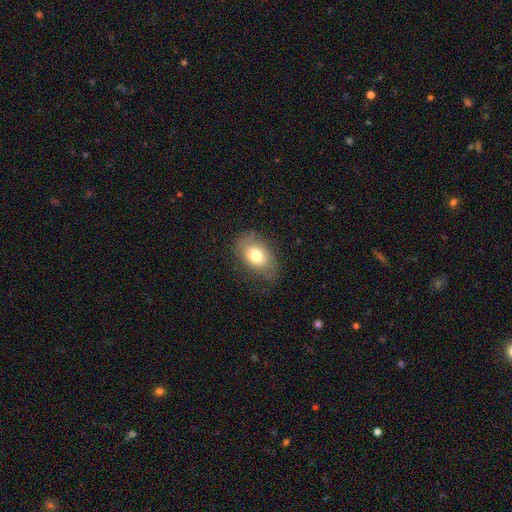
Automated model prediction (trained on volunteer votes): Smooth or featured?
  - smooth: 73% *
  - featured or disk: 19%
  - star or artifact: 8%
How rounded?
  - in between: 86% *
  - round: 13%
  - cigar-shaped: 1%
Merging?
  - none: 69% *
  - minor disturbance: 21%
  - major disturbance: 8%
  - merger: 1%